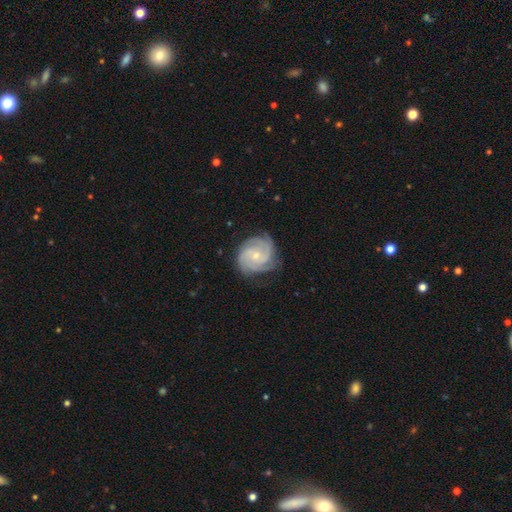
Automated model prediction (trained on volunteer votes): smooth_or_featured: featured or disk (p=0.88) [alt: smooth p=0.07]
disk_edge_on: no (p=0.98) [alt: yes p=0.02]
bar: no (p=0.70) [alt: weak p=0.25]
has_spiral_arms: yes (p=0.98) [alt: no p=0.02]
spiral_winding: tight (p=0.67) [alt: medium p=0.29]
spiral_arm_count: 3 (p=0.48) [alt: 4 p=0.19]
bulge_size: small (p=0.65) [alt: moderate p=0.32]
merging: none (p=0.78) [alt: minor disturbance p=0.16]